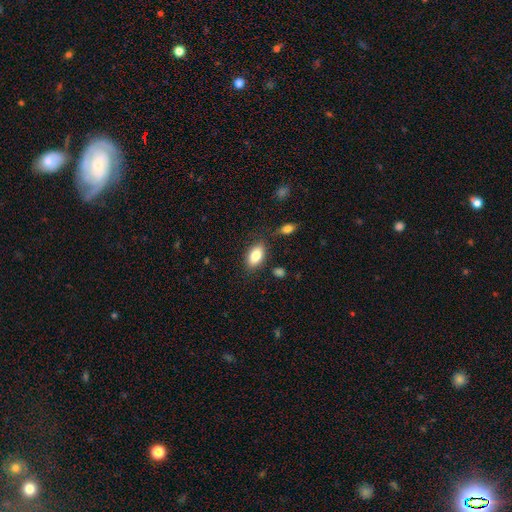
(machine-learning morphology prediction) Smooth or featured? smooth (83%)
How rounded? in between (92%)
Merging? none (80%)